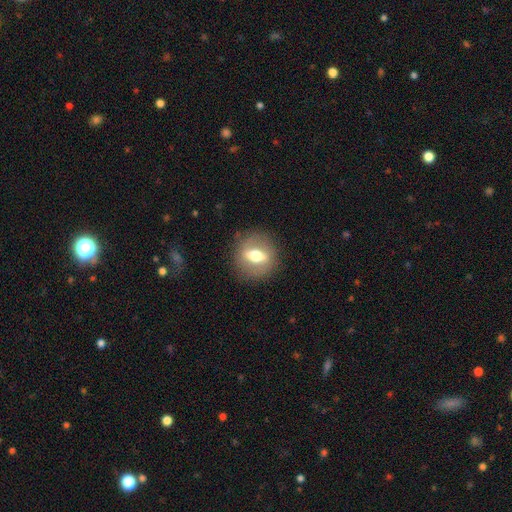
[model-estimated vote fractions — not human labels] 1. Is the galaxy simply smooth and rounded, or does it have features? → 52% featured or disk, 40% smooth, 8% star or artifact.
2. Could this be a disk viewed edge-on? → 60% no, 40% yes.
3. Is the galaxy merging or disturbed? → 86% none, 9% minor disturbance, 4% major disturbance, 1% merger.